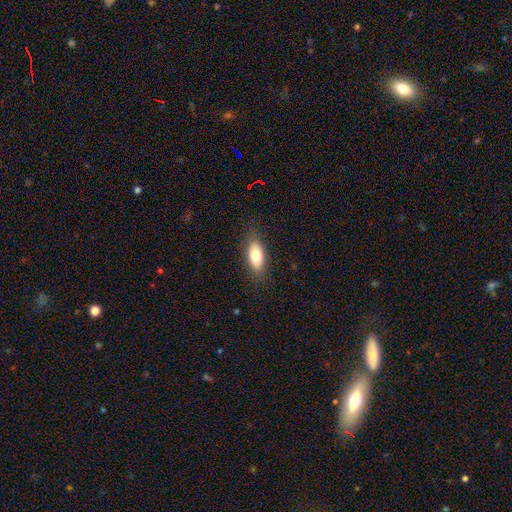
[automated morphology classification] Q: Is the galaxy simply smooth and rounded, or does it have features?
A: smooth — 76%.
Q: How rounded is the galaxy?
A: in between — 84%.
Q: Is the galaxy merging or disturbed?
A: none — 84%.